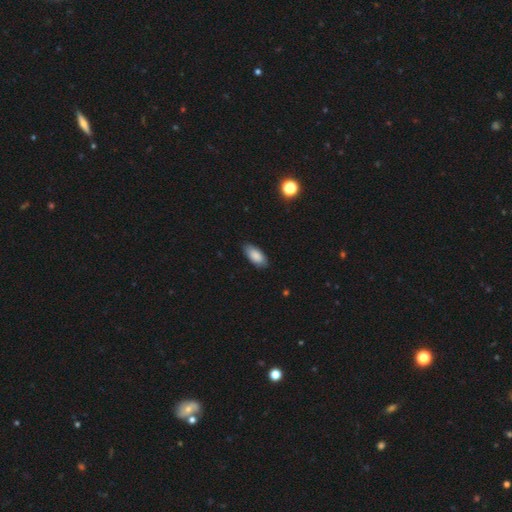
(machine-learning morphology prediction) smooth_or_featured: smooth (p=0.87) [alt: featured or disk p=0.07]
how_rounded: in between (p=0.92) [alt: cigar-shaped p=0.06]
merging: none (p=0.85) [alt: minor disturbance p=0.12]